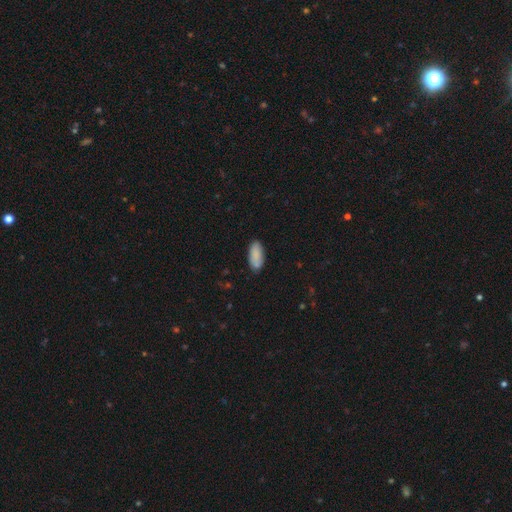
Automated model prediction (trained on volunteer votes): This appears to be a smooth galaxy with no disk features (87%) that is in between round and cigar-shaped (89%). Merging: none (79%).